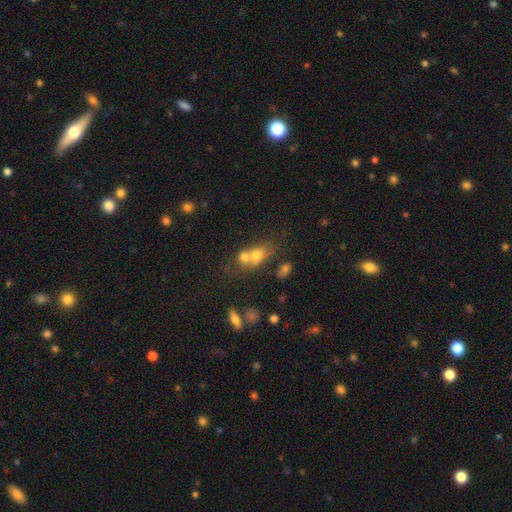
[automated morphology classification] This appears to be a smooth galaxy with no disk features (67%) that is in between round and cigar-shaped (56%). Merging: merger (62%).